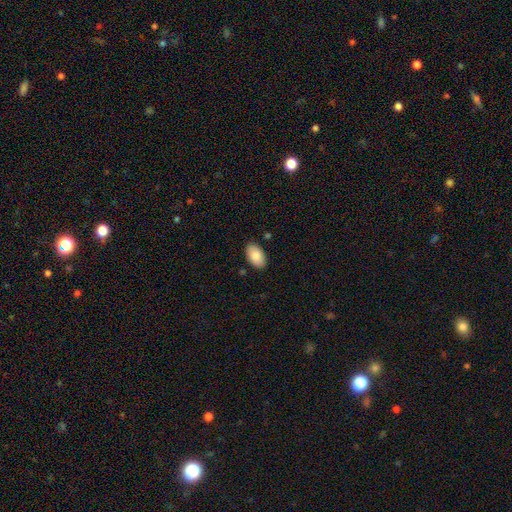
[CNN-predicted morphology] smooth-or-featured: smooth: 87% | featured or disk: 7% | star or artifact: 6%
  how-rounded: in between: 94% | round: 5% | cigar-shaped: 1%
  merging: none: 86% | minor disturbance: 10% | major disturbance: 2% | merger: 2%